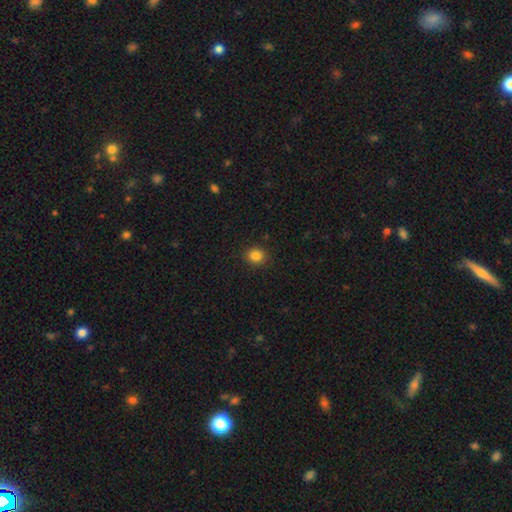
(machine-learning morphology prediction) Smooth or featured? smooth (84%)
How rounded? round (75%)
Merging? none (90%)